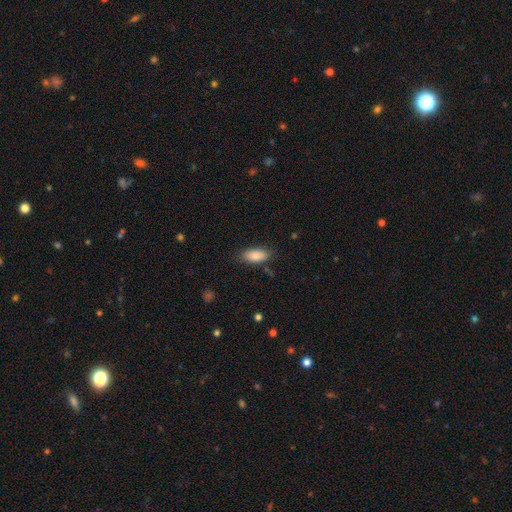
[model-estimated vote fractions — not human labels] Overall: smooth (86%). How rounded: in between (88%). Merging: none (80%).